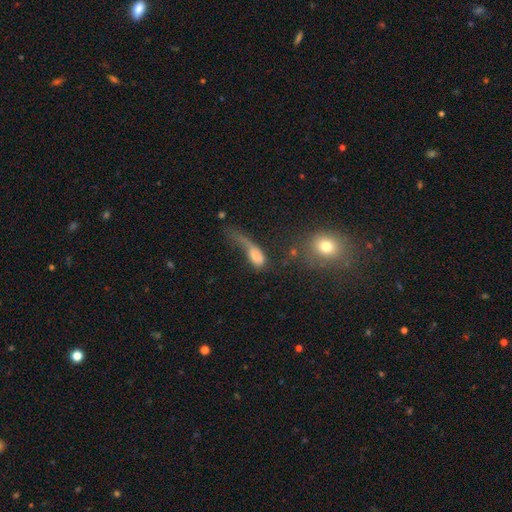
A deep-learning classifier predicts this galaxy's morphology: type=smooth (64%); roundness=in between (73%); merging=major disturbance (60%).